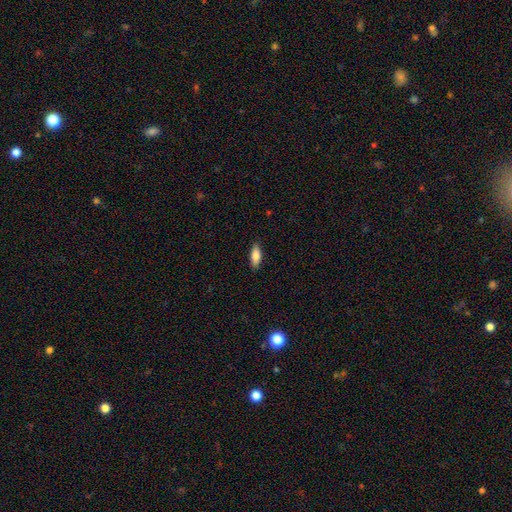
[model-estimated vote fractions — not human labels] The model was most divided on "how rounded": in between: 73%, cigar-shaped: 25%, round: 2%. More confident: merging — none (88%); smooth or featured — smooth (80%).